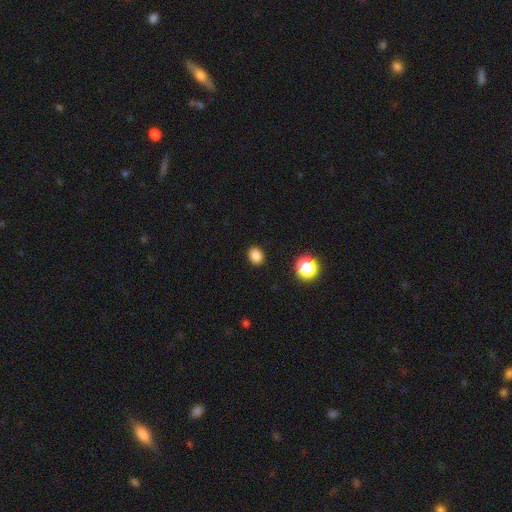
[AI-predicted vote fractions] Smooth or featured: smooth — 83% (star or artifact — 13%)
How rounded: in between — 51% (round — 48%)
Merging: none — 90% (minor disturbance — 7%)